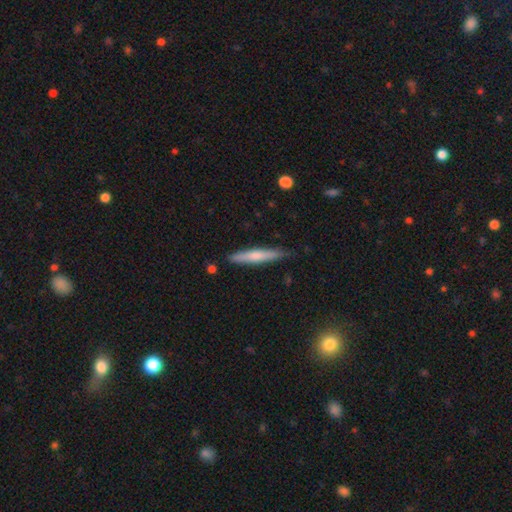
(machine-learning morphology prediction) A smooth galaxy with no disk features (62%) that is cigar-shaped (93%). Merging: none (82%).